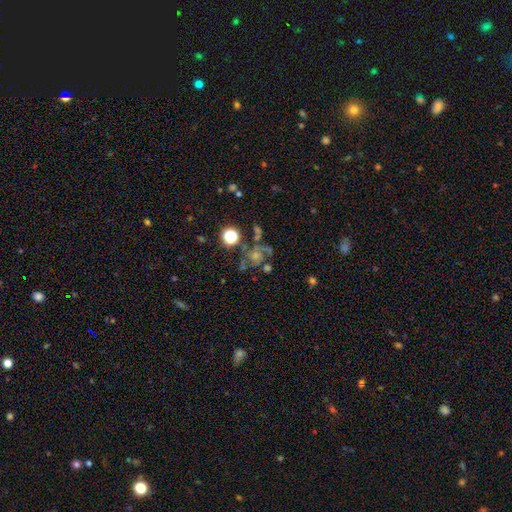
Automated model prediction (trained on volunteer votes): Overall: featured or disk (46%; smooth 27%). Merging: none (49%; major disturbance 17%).